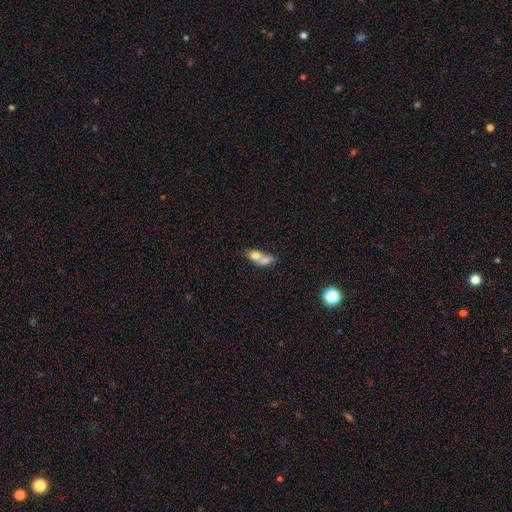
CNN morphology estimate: type=smooth (69%); roundness=in between (71%); merging=merger (64%).